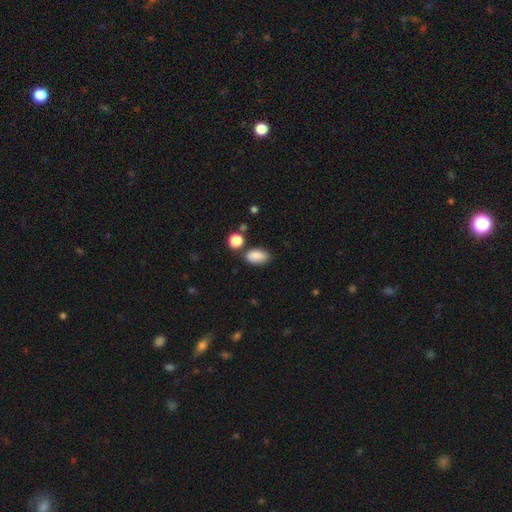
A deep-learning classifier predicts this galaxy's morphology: Smooth or featured? Predicted: smooth (p=0.87). How rounded? Predicted: in between (p=0.91). Merging? Predicted: none (p=0.73).